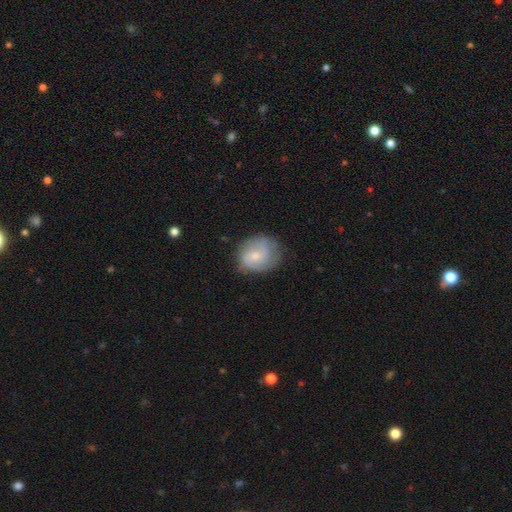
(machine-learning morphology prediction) A smooth galaxy with no disk features (47%). Merging: none (66%).